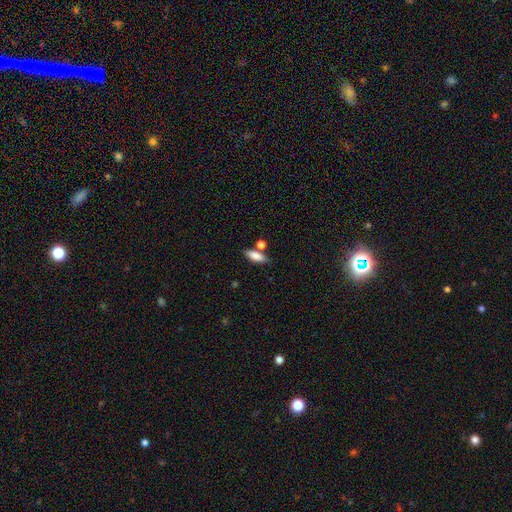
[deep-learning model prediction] Overall: smooth (83%). How rounded: in between (70%). Merging: none (68%).